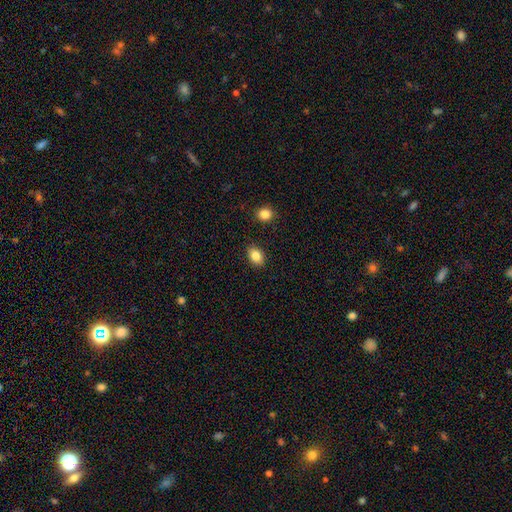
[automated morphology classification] Overall: smooth (85%). How rounded: in between (77%). Merging: none (87%).